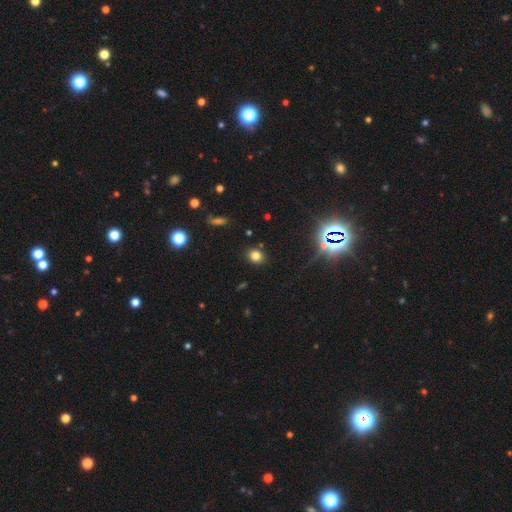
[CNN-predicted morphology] Overall: smooth (77%). How rounded: round (67%; in between 32%). Merging: none (85%).